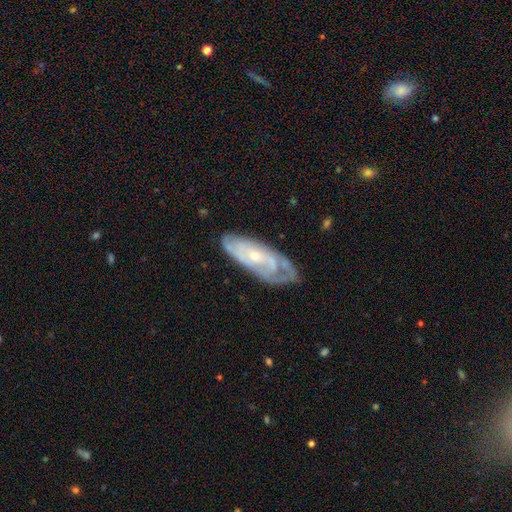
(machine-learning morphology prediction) featured or disk 73%, smooth 19%, star or artifact 8%. Down the decision tree: edge-on disk — no (85%); bar — no (72%); spiral arms — yes (84%); spiral arm count — can't tell (52%); spiral winding — tight (69%); bulge size — small (65%); merging — none (77%).